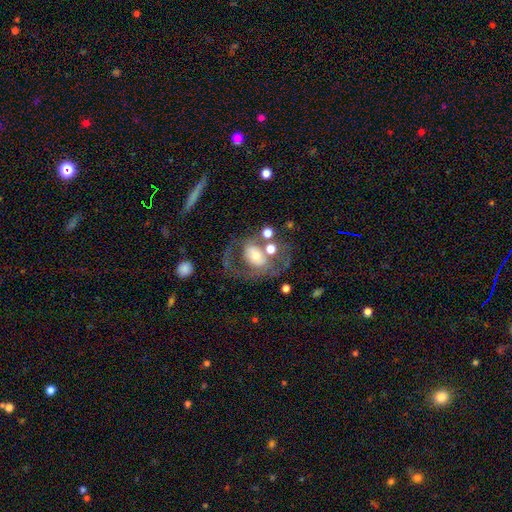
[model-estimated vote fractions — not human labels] This is possibly a featured or disk galaxy (59%). It is clearly not viewed edge-on (95%). Bar: likely no (64%). Spiral arm pattern: possibly no (53%). Central bulge: possibly moderate (48%). Merging: marginally none (41%).